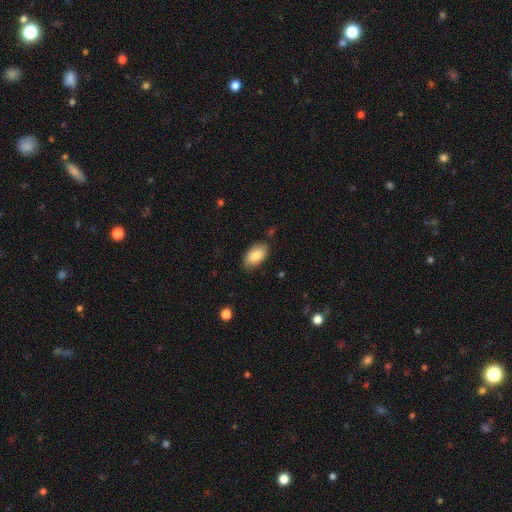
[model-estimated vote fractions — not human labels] This is clearly a smooth galaxy (85%). How rounded: clearly in between (94%). Merging: clearly none (81%).